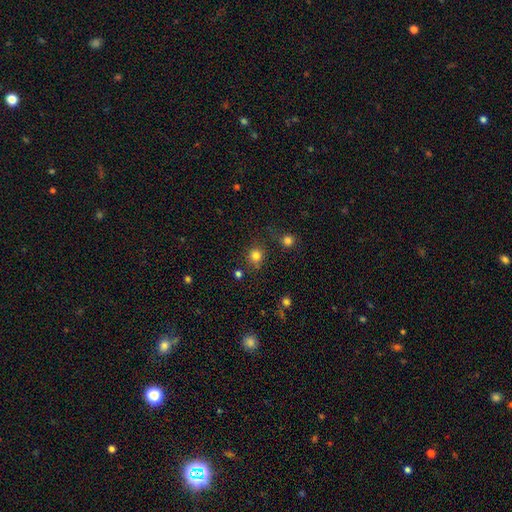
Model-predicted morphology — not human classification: Smooth or featured: smooth — 80% (star or artifact — 15%)
How rounded: round — 86% (in between — 13%)
Merging: none — 76% (minor disturbance — 12%)